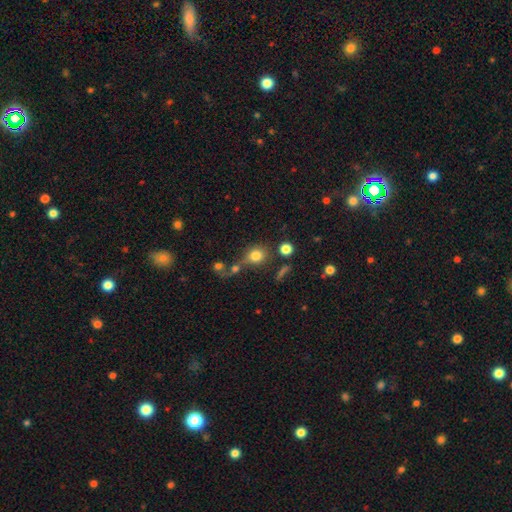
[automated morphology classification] smooth_or_featured: smooth (p=0.79) [alt: star or artifact p=0.12]
how_rounded: round (p=0.79) [alt: in between p=0.20]
merging: none (p=0.55) [alt: merger p=0.23]